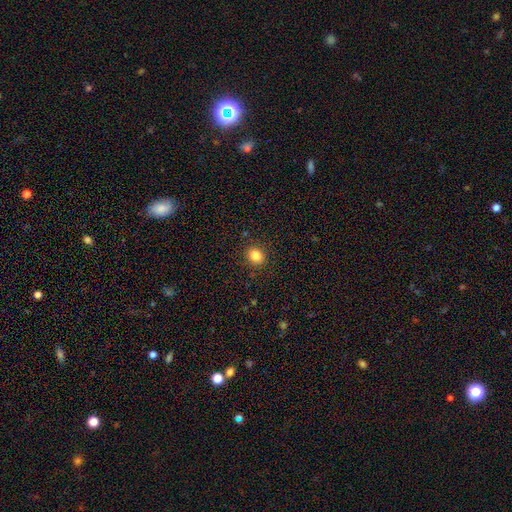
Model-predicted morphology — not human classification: A smooth galaxy with no disk features (84%) that is round (70%).

Vote fractions:
- Smooth or featured? smooth: 84% / star or artifact: 11% / featured or disk: 5%
- How rounded? round: 70% / in between: 29% / cigar-shaped: 1%
- Merging? none: 89% / minor disturbance: 7% / major disturbance: 2% / merger: 1%